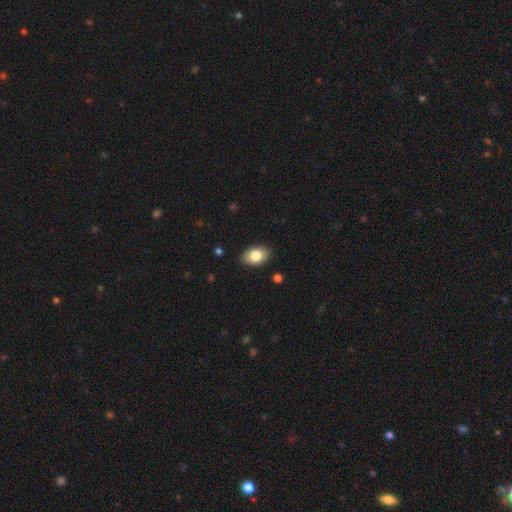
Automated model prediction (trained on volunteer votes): The model was most divided on "smooth or featured": smooth: 83%, featured or disk: 10%, star or artifact: 7%. More confident: how rounded — in between (88%); merging — none (88%).